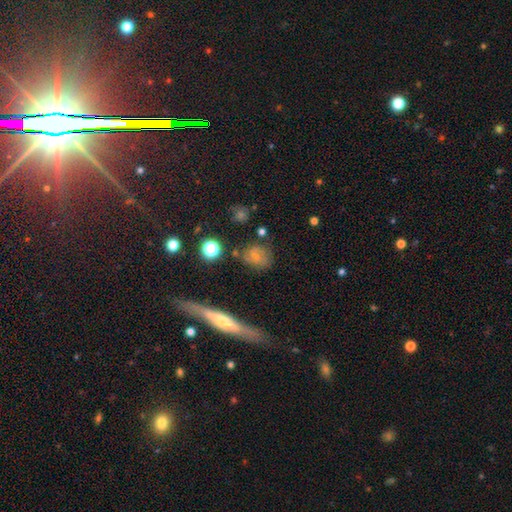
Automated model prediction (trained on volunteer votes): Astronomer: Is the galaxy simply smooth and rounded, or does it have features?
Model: featured or disk — 51% (runner-up: smooth, 34%).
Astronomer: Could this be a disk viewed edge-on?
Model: no — 93%.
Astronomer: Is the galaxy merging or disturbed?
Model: none — 67%.